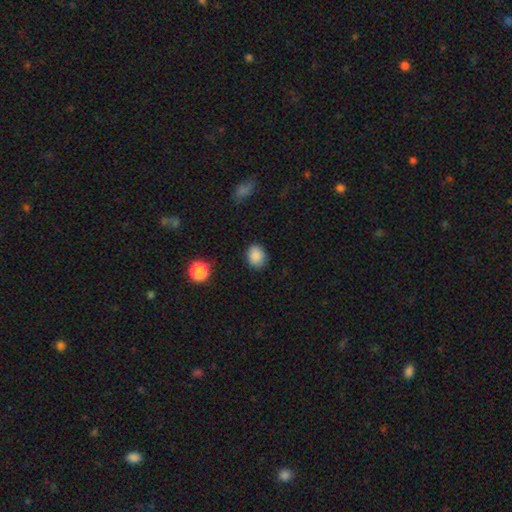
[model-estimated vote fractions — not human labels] The model was most divided on "how rounded": round: 58%, in between: 41%, cigar-shaped: 1%. More confident: smooth or featured — smooth (87%); merging — none (86%).